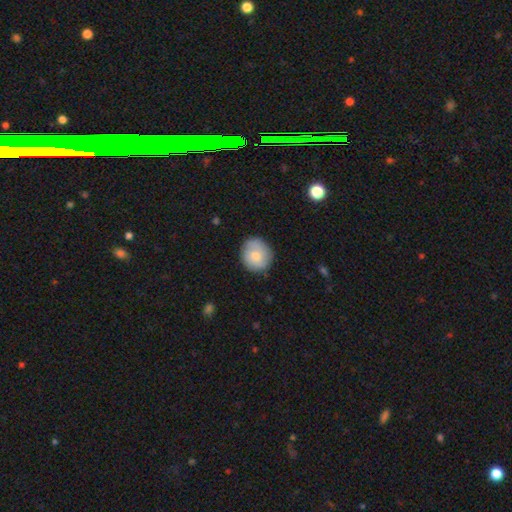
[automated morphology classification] smooth_or_featured: smooth (p=0.70) [alt: featured or disk p=0.23]
how_rounded: round (p=0.83) [alt: in between p=0.16]
merging: none (p=0.81) [alt: minor disturbance p=0.14]